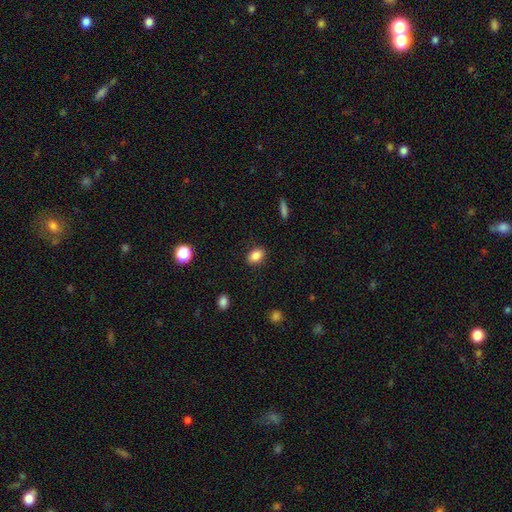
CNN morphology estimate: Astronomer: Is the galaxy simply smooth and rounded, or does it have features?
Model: smooth — 85%.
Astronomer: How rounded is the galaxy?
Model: in between — 80%.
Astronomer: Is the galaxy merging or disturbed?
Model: none — 87%.